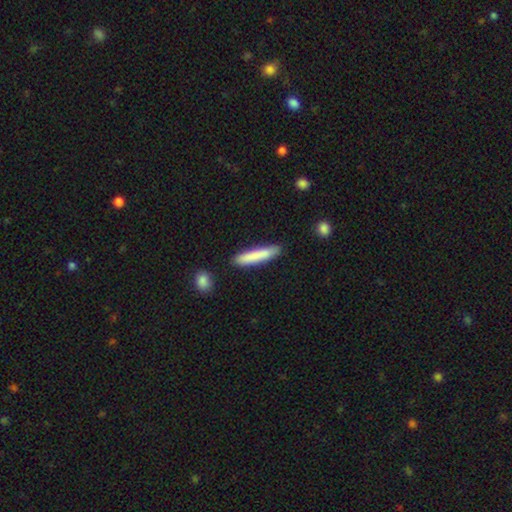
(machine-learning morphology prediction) Overall: smooth (82%). How rounded: cigar-shaped (91%). Merging: none (86%).